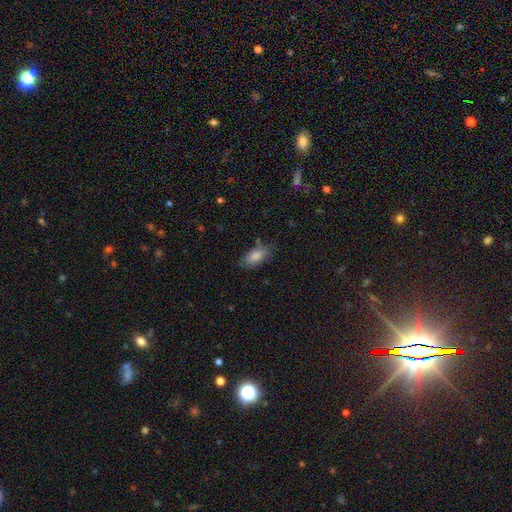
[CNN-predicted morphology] The model was most divided on "merging": none: 72%, minor disturbance: 21%, major disturbance: 5%, merger: 2%. More confident: how rounded — in between (89%); smooth or featured — smooth (83%).